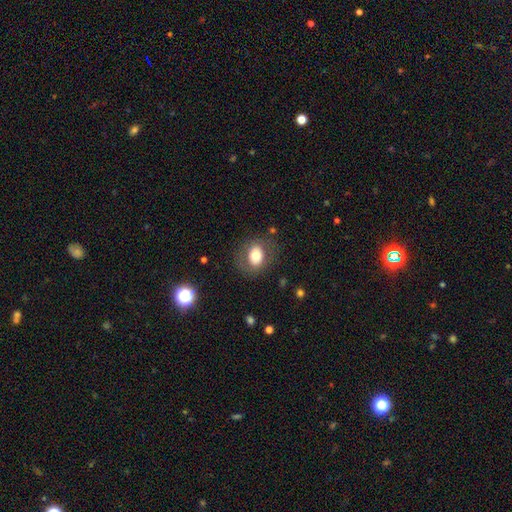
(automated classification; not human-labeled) smooth-or-featured: smooth: 68% | featured or disk: 22% | star or artifact: 10%
  how-rounded: in between: 54% | round: 45% | cigar-shaped: 1%
  merging: none: 78% | minor disturbance: 13% | major disturbance: 8% | merger: 1%